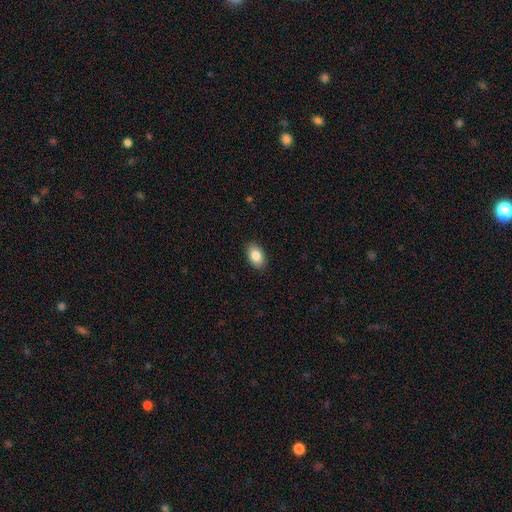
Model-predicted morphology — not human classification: This is clearly a smooth galaxy (86%). How rounded: clearly in between (91%). Merging: clearly none (89%).